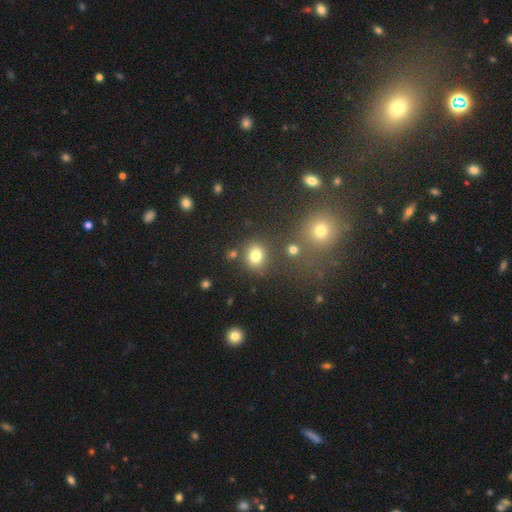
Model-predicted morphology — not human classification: type=smooth (78%); roundness=round (66%); merging=none (75%).